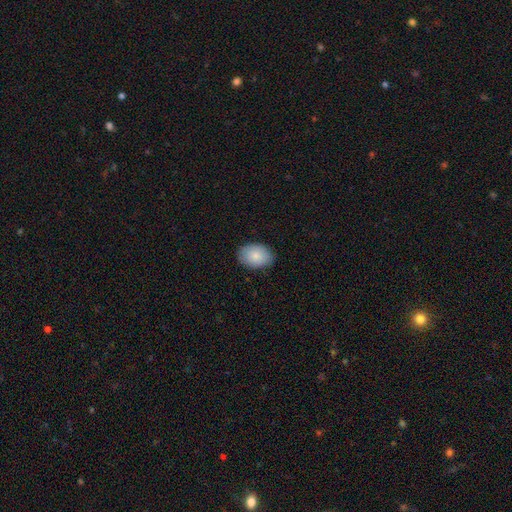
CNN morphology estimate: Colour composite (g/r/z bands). It shows a smooth galaxy with no disk features (85%) that is in between round and cigar-shaped (79%). Merging: none (85%).